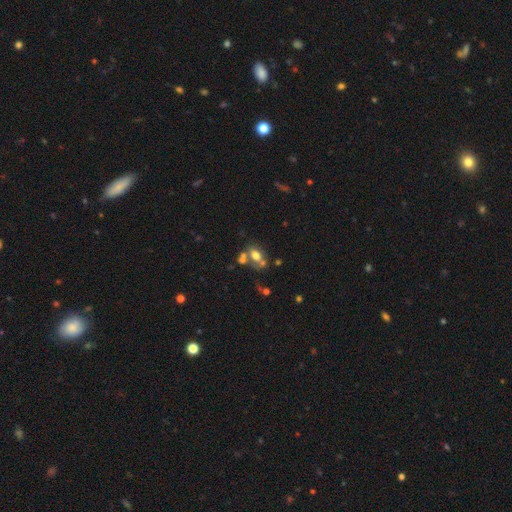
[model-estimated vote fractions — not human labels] smooth 62%, featured or disk 24%, star or artifact 14%. Down the decision tree: how rounded — in between (76%); merging — none (40%).